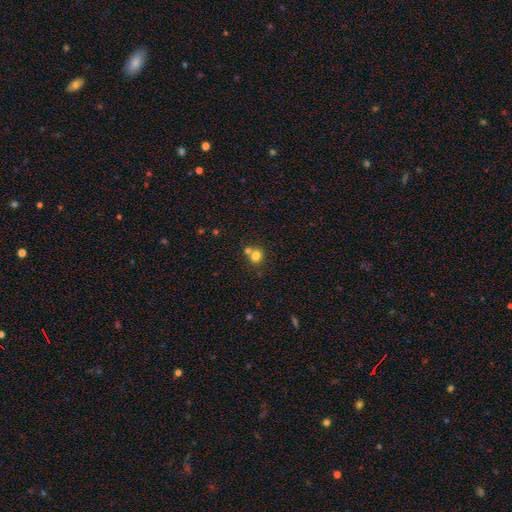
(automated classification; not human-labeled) Overall: smooth (79%). How rounded: round (84%). Merging: none (55%; merger 35%).